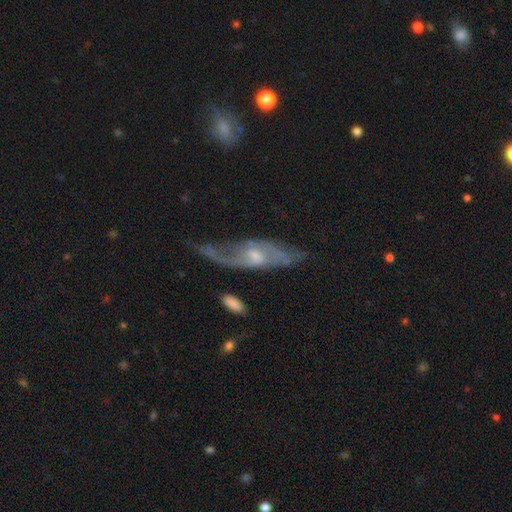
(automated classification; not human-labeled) This is likely a featured or disk galaxy (78%). It is clearly not viewed edge-on (81%). Bar: possibly weak (51%). Spiral arm pattern: clearly yes (84%). Spiral arm count: likely 2 (68%). Spiral winding: possibly loose (50%). Central bulge: possibly small (49%). Merging: possibly none (47%).